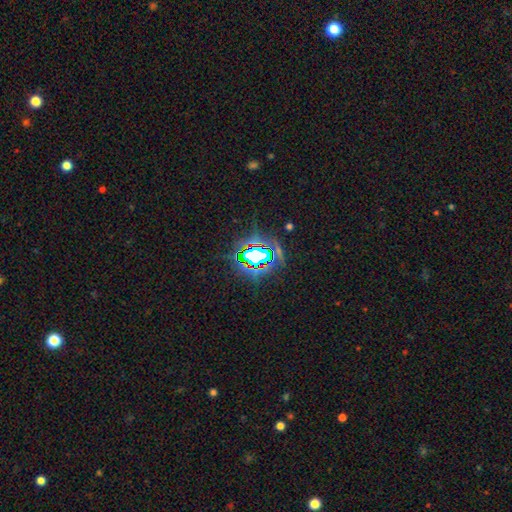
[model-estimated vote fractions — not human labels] This appears to be a star or artifact, not a galaxy (70%).